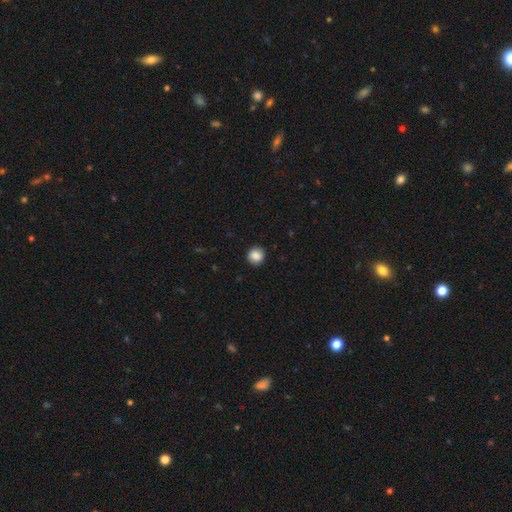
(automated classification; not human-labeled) The model was most divided on "smooth or featured": smooth: 87%, star or artifact: 8%, featured or disk: 5%. More confident: how rounded — round (90%); merging — none (90%).